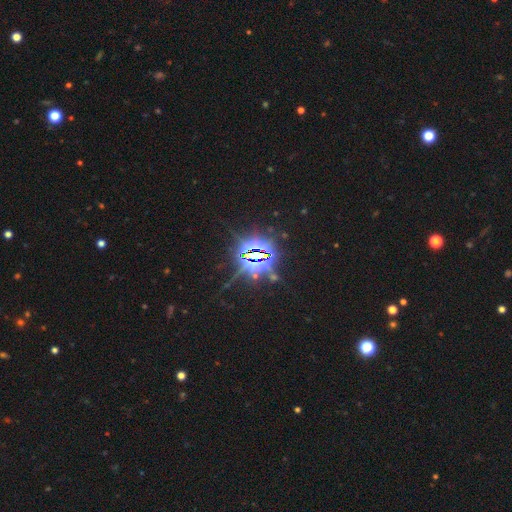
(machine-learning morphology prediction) Smooth or featured? star or artifact (84%)